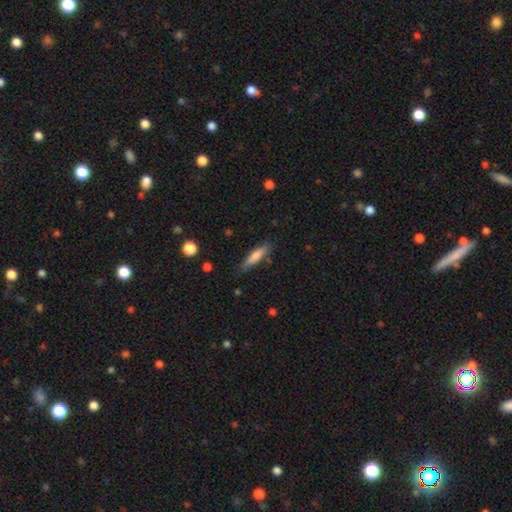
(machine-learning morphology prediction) Smooth or featured? Predicted: smooth (p=0.73). How rounded? Predicted: cigar-shaped (p=0.77). Merging? Predicted: none (p=0.80).